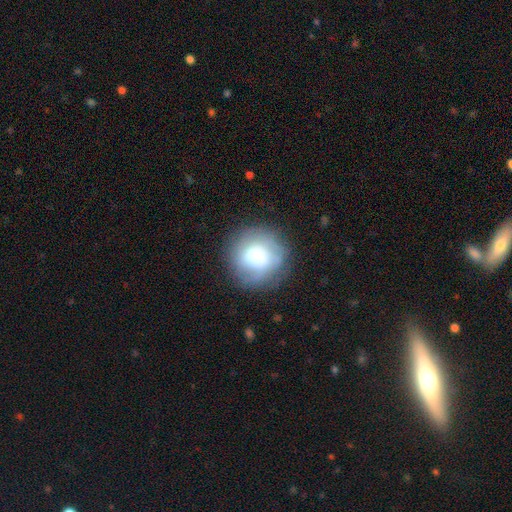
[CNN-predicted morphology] This is likely a smooth galaxy (63%). How rounded: clearly round (92%). Merging: likely none (76%).